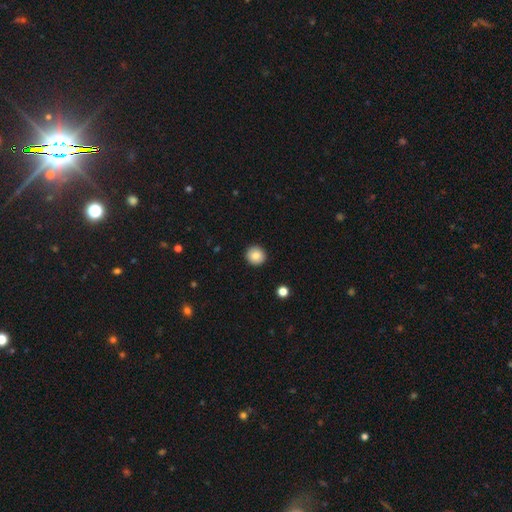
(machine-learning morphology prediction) This is clearly a smooth galaxy (85%). How rounded: clearly round (92%). Merging: clearly none (92%).